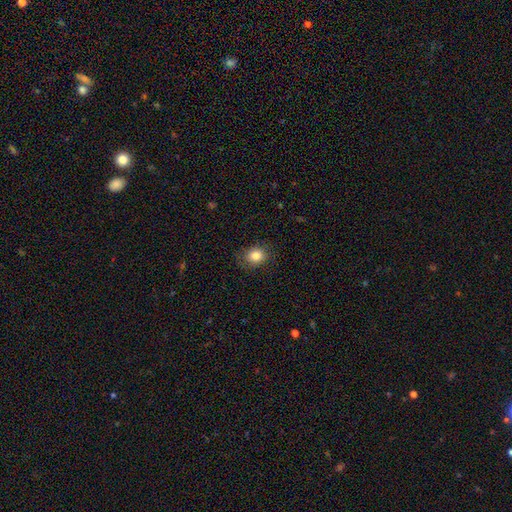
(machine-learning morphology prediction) This appears to be a smooth galaxy with no disk features (82%) that is round (62%). Merging: none (81%).